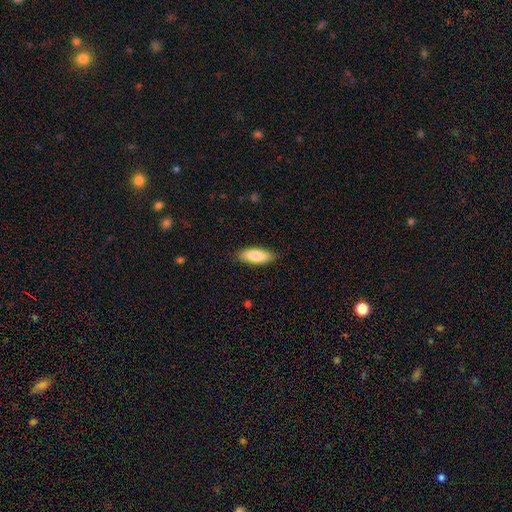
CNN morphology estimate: smooth 80%, featured or disk 14%, star or artifact 6%. Down the decision tree: how rounded — in between (67%); merging — none (86%).